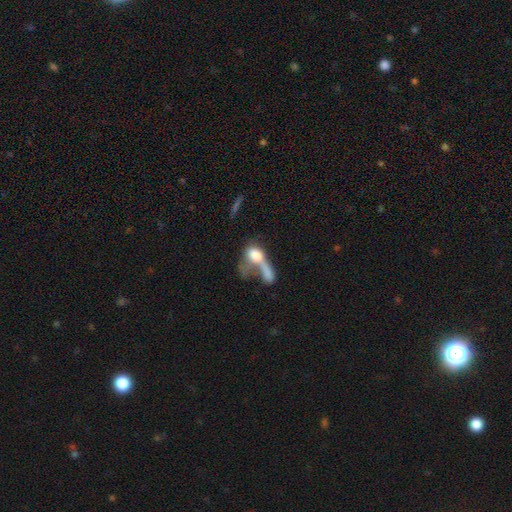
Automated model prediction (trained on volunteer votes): Smooth or featured? Predicted: smooth (p=0.59). How rounded? Predicted: in between (p=0.67). Merging? Predicted: merger (p=0.55).